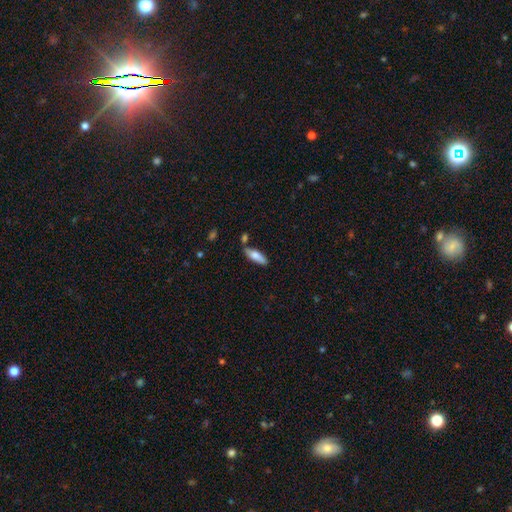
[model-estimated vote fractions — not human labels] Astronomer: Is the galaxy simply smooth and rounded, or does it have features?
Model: smooth — 74%.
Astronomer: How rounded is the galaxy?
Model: in between — 49%, tied with cigar-shaped at 49%.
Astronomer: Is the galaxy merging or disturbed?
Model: none — 69%.